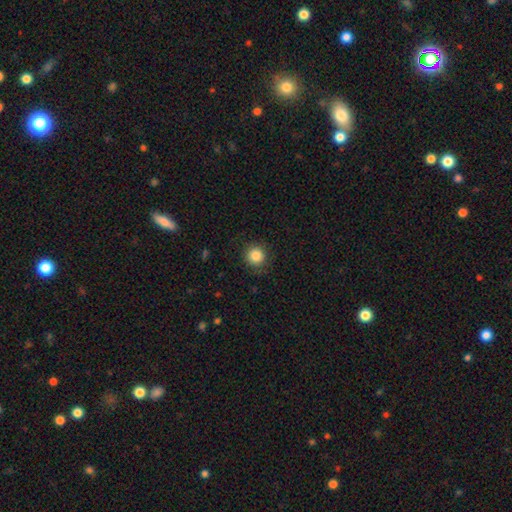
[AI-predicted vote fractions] A smooth galaxy with no disk features (85%) that is round (94%).

Vote fractions:
- Smooth or featured? smooth: 85% / star or artifact: 10% / featured or disk: 5%
- How rounded? round: 94% / in between: 5% / cigar-shaped: 1%
- Merging? none: 87% / minor disturbance: 9% / major disturbance: 3% / merger: 1%